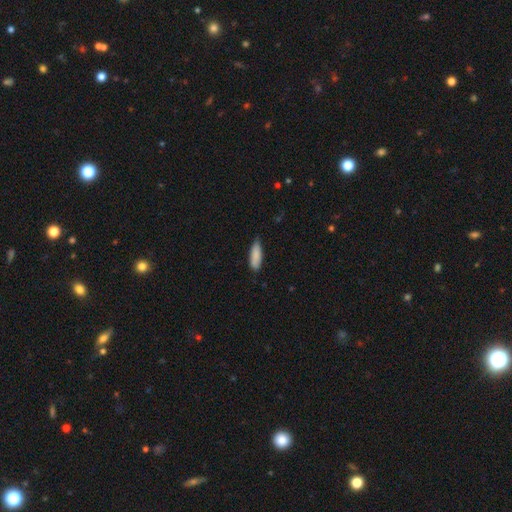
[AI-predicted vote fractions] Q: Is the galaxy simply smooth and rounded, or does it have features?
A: smooth — 87%.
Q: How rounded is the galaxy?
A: in between — 57%.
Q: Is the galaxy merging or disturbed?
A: none — 72%.